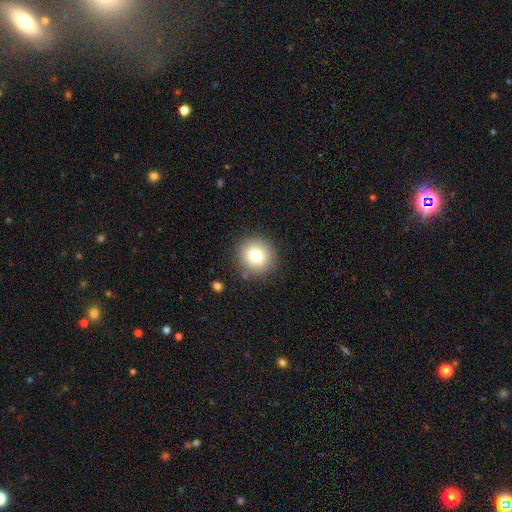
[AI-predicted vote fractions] Overall: smooth (77%). How rounded: round (90%). Merging: none (87%).